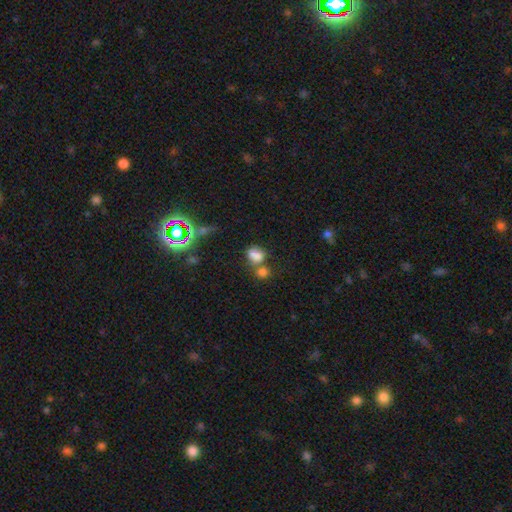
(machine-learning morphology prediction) A smooth galaxy with no disk features (76%) that is in between round and cigar-shaped (69%).

Vote fractions:
- Smooth or featured? smooth: 76% / star or artifact: 15% / featured or disk: 9%
- How rounded? in between: 69% / round: 29% / cigar-shaped: 2%
- Merging? merger: 44% / none: 37% / minor disturbance: 13% / major disturbance: 6%